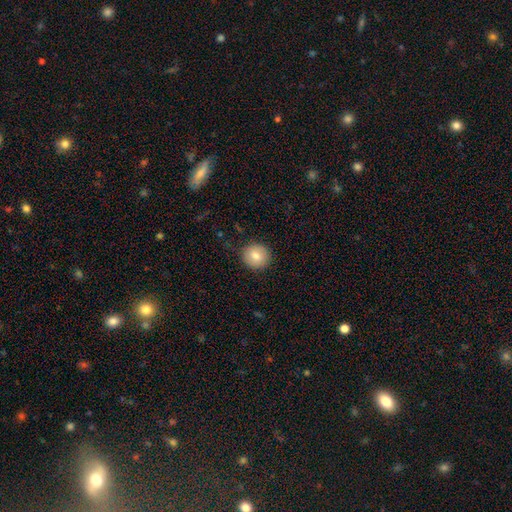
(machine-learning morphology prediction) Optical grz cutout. It shows a smooth galaxy with no disk features (80%) that is round (90%). Merging: none (88%).